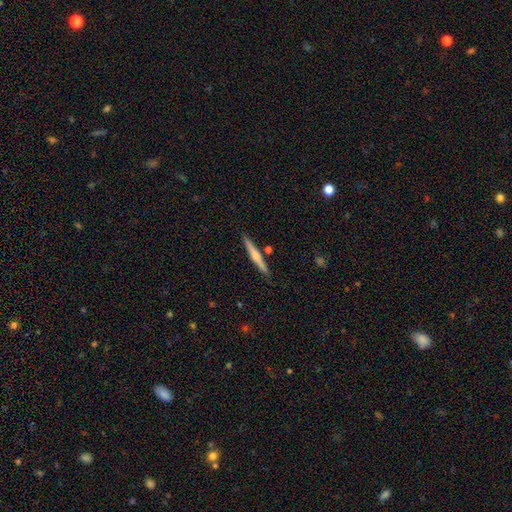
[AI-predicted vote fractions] A smooth galaxy with no disk features (47%, tied with featured or disk).

Vote fractions:
- Smooth or featured? smooth: 47% (tied) / featured or disk: 47% (tied) / star or artifact: 6%
- Merging? none: 85% / minor disturbance: 9% / merger: 4% / major disturbance: 2%